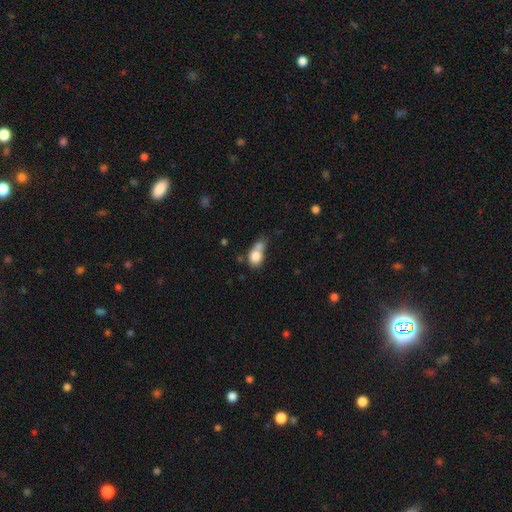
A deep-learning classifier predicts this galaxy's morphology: smooth_or_featured: smooth (p=0.79) [alt: featured or disk p=0.12]
how_rounded: round (p=0.52) [alt: in between p=0.46]
merging: merger (p=0.49) [alt: none p=0.29]